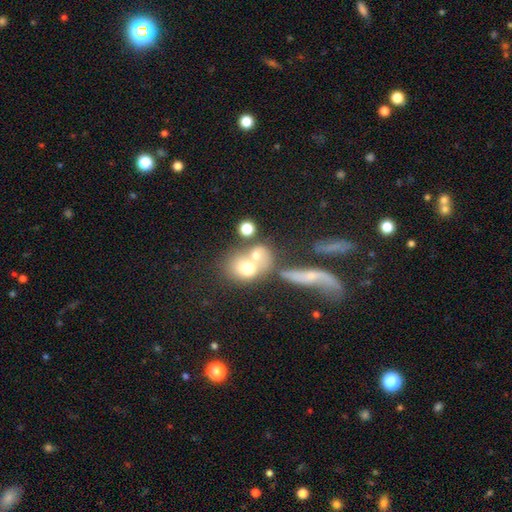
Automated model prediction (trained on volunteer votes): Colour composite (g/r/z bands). It shows a smooth galaxy with no disk features (64%) that is round (57%). Merging: merger (57%).